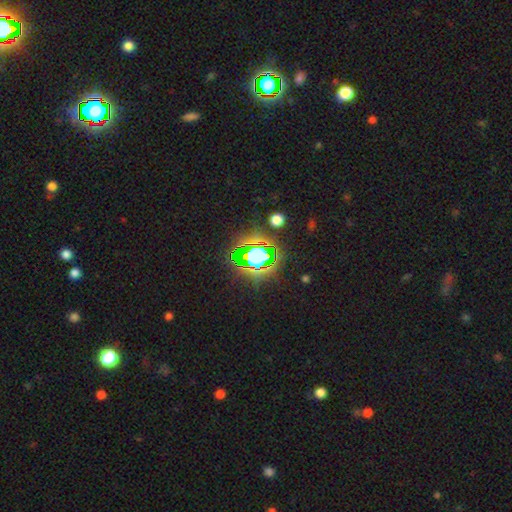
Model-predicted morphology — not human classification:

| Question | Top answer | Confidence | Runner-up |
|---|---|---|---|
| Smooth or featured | star or artifact | 67% | smooth (20%) |